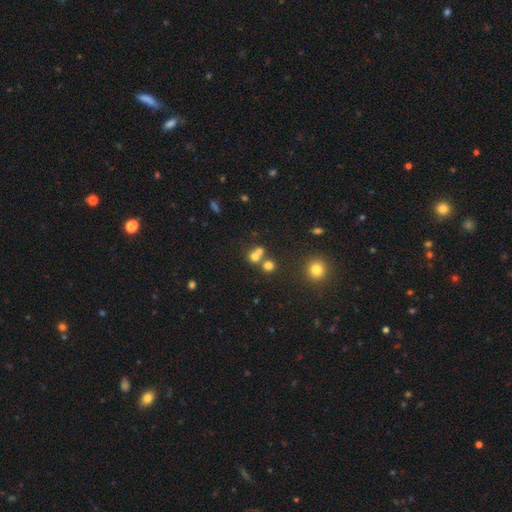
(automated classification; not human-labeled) Overall: smooth (67%). How rounded: round (80%). Merging: merger (49%; none 41%).